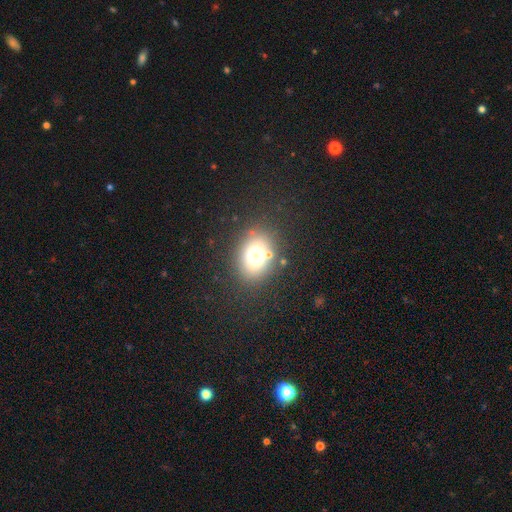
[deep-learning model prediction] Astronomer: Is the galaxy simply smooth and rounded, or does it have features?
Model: smooth — 71%.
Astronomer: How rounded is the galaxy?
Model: in between — 53% (runner-up: round, 46%).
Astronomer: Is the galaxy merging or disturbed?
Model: none — 78%.